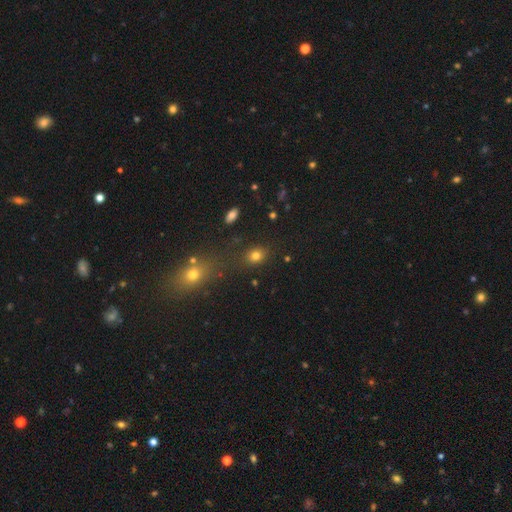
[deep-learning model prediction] This is likely a smooth galaxy (78%). How rounded: possibly round (50%). Merging: likely none (79%).